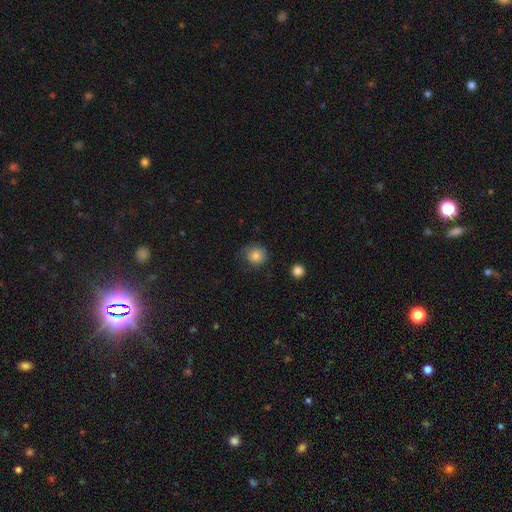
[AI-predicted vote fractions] Smooth or featured?
  - smooth: 82% *
  - star or artifact: 10%
  - featured or disk: 8%
How rounded?
  - round: 88% *
  - in between: 11%
  - cigar-shaped: 1%
Merging?
  - none: 71% *
  - minor disturbance: 20%
  - major disturbance: 7%
  - merger: 2%